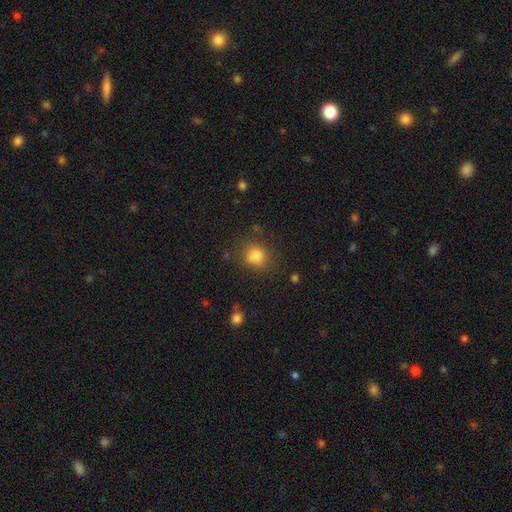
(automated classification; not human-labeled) smooth_or_featured: smooth (p=0.79) [alt: star or artifact p=0.13]
how_rounded: round (p=0.74) [alt: in between p=0.25]
merging: none (p=0.71) [alt: minor disturbance p=0.17]